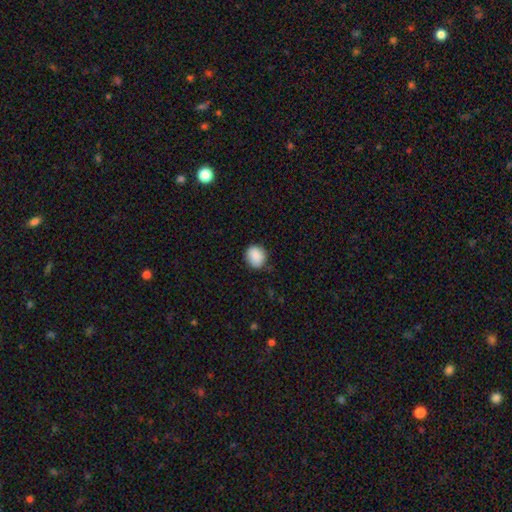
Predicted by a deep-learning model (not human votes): A smooth galaxy with no disk features (89%) that is round (71%).

Vote fractions:
- Smooth or featured? smooth: 89% / star or artifact: 8% / featured or disk: 4%
- How rounded? round: 71% / in between: 28% / cigar-shaped: 1%
- Merging? none: 82% / minor disturbance: 14% / major disturbance: 3% / merger: 1%